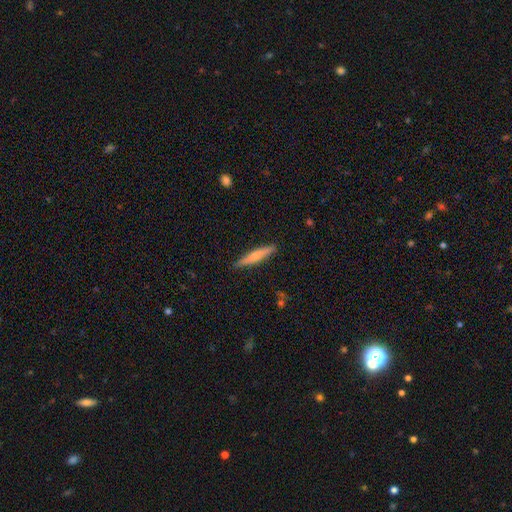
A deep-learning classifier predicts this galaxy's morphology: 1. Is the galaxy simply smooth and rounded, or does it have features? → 59% smooth, 35% featured or disk, 6% star or artifact.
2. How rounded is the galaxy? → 92% cigar-shaped, 7% in between, 1% round.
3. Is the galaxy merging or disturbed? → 88% none, 9% minor disturbance, 2% major disturbance, 1% merger.